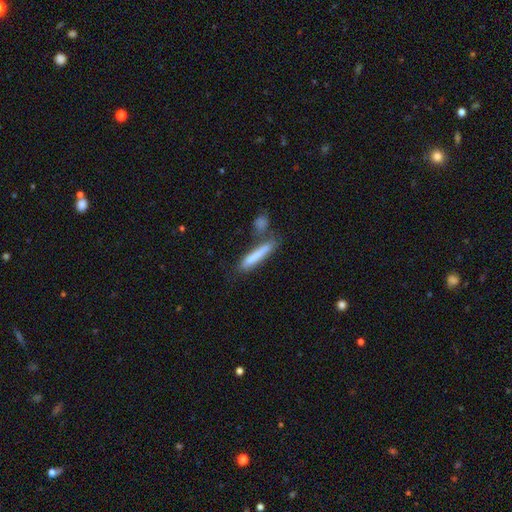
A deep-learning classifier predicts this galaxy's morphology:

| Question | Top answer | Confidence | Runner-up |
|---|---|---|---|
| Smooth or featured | smooth | 73% | featured or disk (20%) |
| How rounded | cigar-shaped | 90% | in between (8%) |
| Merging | none | 55% | merger (20%) |